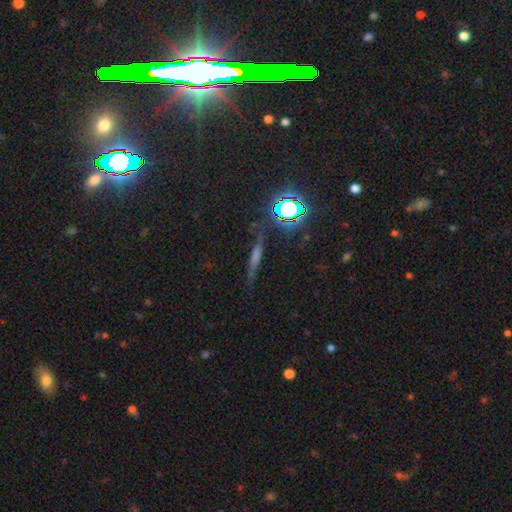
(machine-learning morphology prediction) Smooth or featured: featured or disk — 39% (smooth — 31%)
Merging: none — 79% (minor disturbance — 14%)